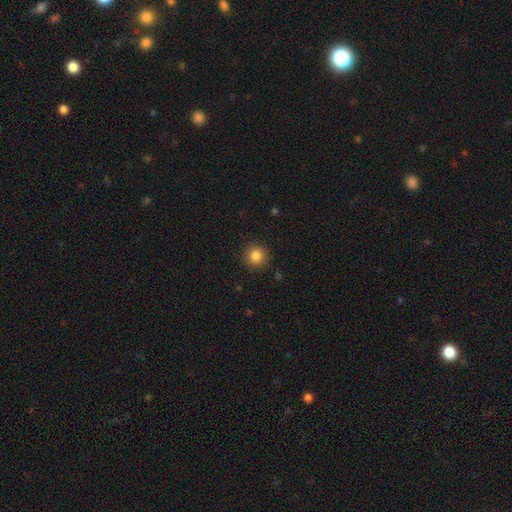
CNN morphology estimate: smooth 84%, star or artifact 11%, featured or disk 5%. Down the decision tree: how rounded — round (94%); merging — none (90%).